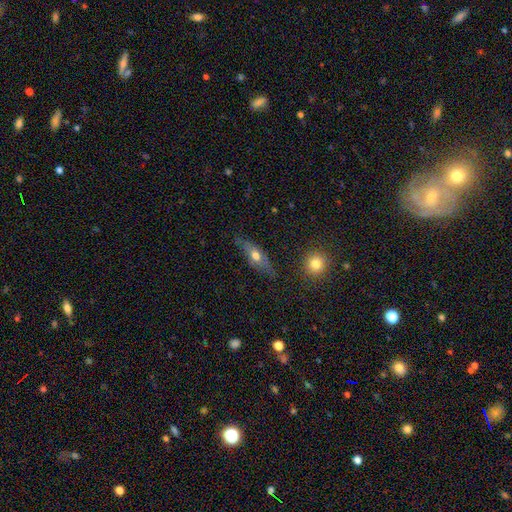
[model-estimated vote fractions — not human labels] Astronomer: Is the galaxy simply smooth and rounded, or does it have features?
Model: smooth — 49% (runner-up: featured or disk, 44%).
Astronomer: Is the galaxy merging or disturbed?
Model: none — 71%.